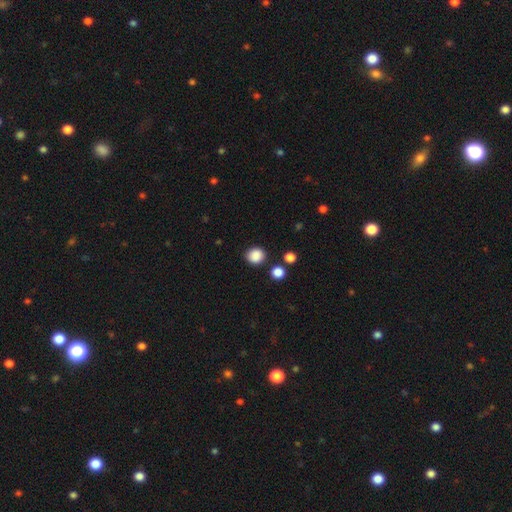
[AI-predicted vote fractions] Smooth or featured?
  - smooth: 87% *
  - star or artifact: 10%
  - featured or disk: 3%
How rounded?
  - round: 81% *
  - in between: 18%
  - cigar-shaped: 1%
Merging?
  - none: 84% *
  - minor disturbance: 9%
  - merger: 4%
  - major disturbance: 3%